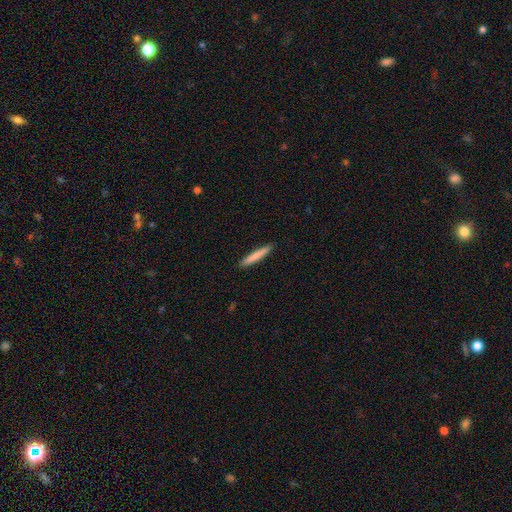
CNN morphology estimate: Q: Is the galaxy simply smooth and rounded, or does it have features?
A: smooth — 80%.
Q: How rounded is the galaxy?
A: cigar-shaped — 95%.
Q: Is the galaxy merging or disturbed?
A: none — 91%.